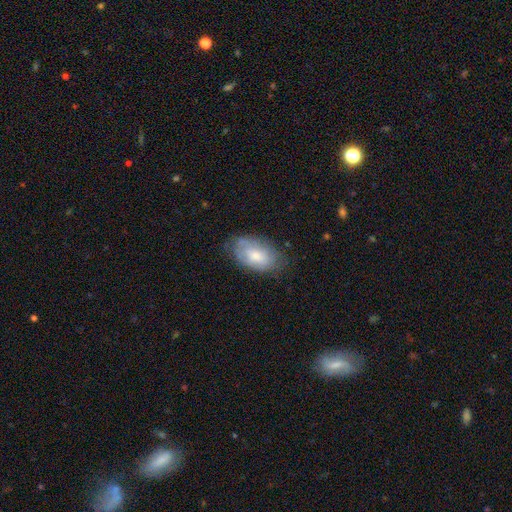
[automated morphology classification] smooth-or-featured: smooth: 60% | featured or disk: 33% | star or artifact: 7%
  how-rounded: in between: 93% | round: 6% | cigar-shaped: 2%
  merging: none: 68% | minor disturbance: 24% | major disturbance: 7% | merger: 1%